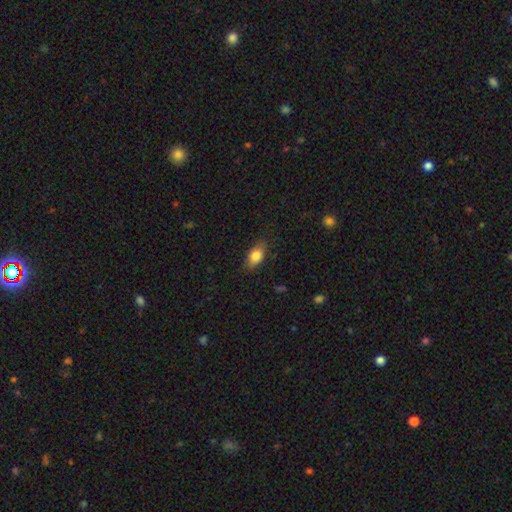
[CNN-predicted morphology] smooth-or-featured: smooth: 80% | featured or disk: 12% | star or artifact: 8%
  how-rounded: in between: 84% | round: 10% | cigar-shaped: 6%
  merging: none: 81% | minor disturbance: 14% | major disturbance: 3% | merger: 1%